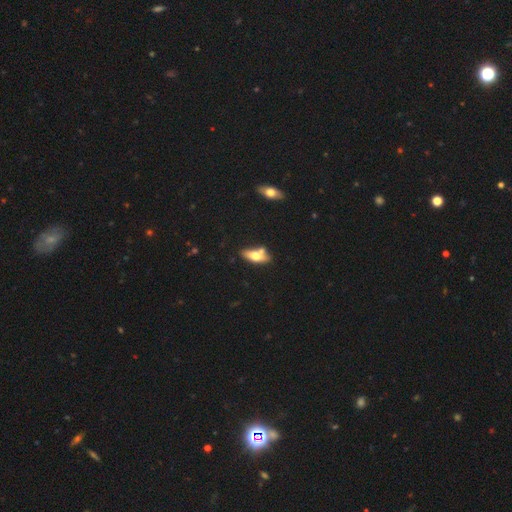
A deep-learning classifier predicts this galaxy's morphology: Smooth or featured? Predicted: smooth (p=0.58). How rounded? Predicted: in between (p=0.71). Merging? Predicted: none (p=0.60).